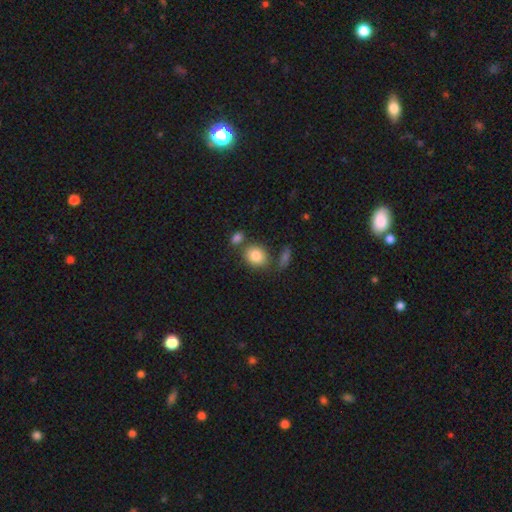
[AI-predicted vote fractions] Morphology: type=smooth (85%); roundness=round (53%); merging=none (61%).